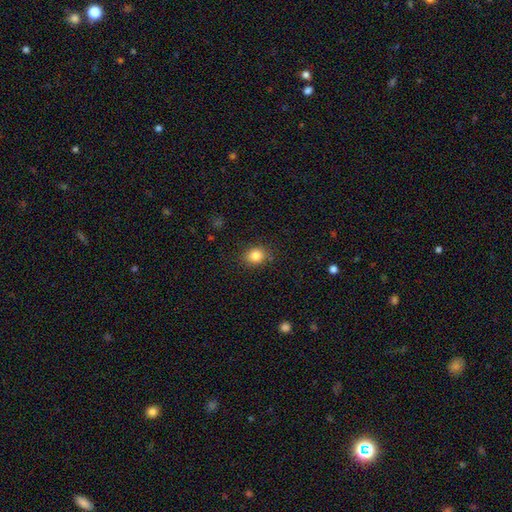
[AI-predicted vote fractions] This is clearly a smooth galaxy (84%). How rounded: likely round (65%). Merging: clearly none (86%).